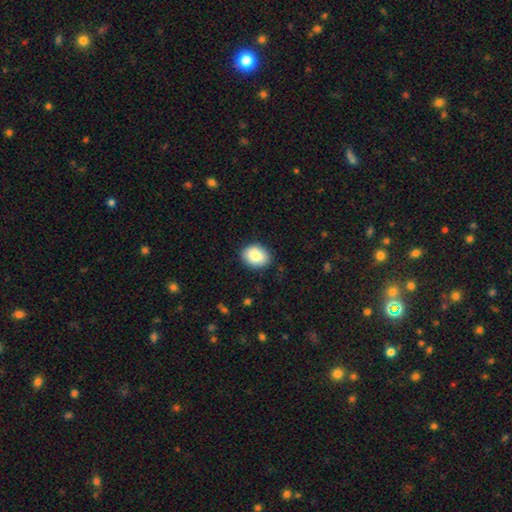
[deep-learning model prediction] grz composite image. It shows a smooth galaxy with no disk features (84%) that is in between round and cigar-shaped (52%). Merging: none (87%).